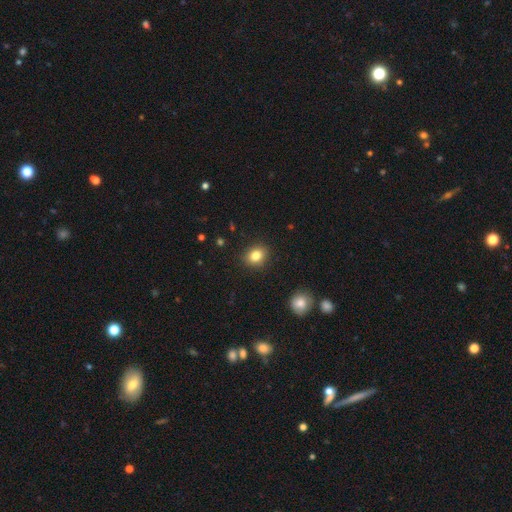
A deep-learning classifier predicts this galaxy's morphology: Overall: smooth (83%). How rounded: round (54%; in between 45%). Merging: none (89%).